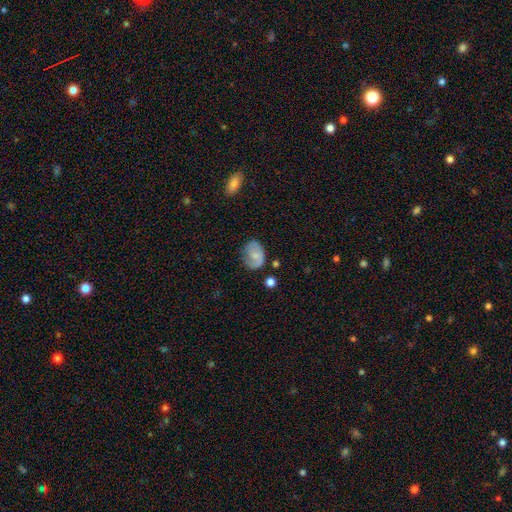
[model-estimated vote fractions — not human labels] Overall: smooth (57%; featured or disk 35%). How rounded: in between (71%). Merging: none (56%; minor disturbance 30%).